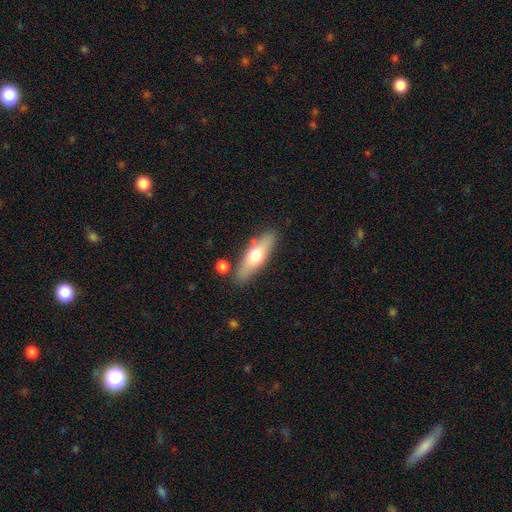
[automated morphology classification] smooth-or-featured: smooth: 57% | featured or disk: 37% | star or artifact: 6%
  how-rounded: cigar-shaped: 50% | in between: 47% | round: 3%
  merging: none: 80% | minor disturbance: 12% | merger: 5% | major disturbance: 3%